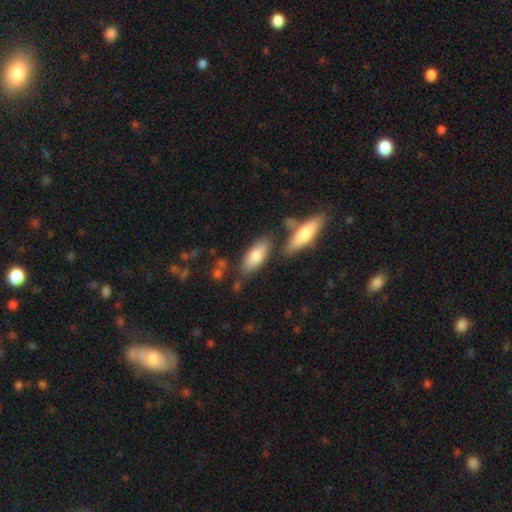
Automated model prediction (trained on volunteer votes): Q: Smooth or featured?
A: smooth (78%); runner-up: featured or disk (16%)
Q: How rounded?
A: in between (79%); runner-up: cigar-shaped (19%)
Q: Merging?
A: none (69%); runner-up: minor disturbance (13%)